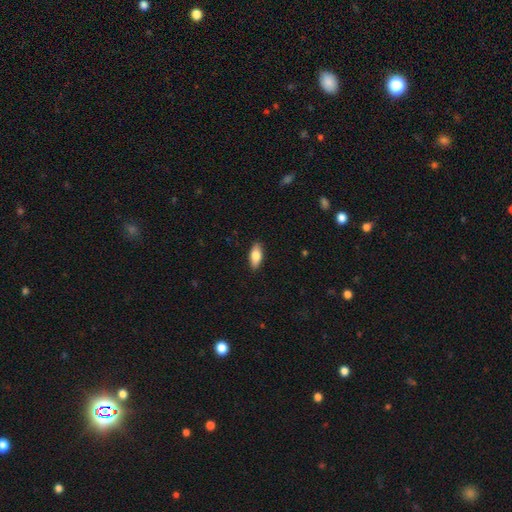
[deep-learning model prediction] A smooth galaxy with no disk features (81%) that is in between round and cigar-shaped (84%).

Vote fractions:
- Smooth or featured? smooth: 81% / featured or disk: 13% / star or artifact: 6%
- How rounded? in between: 84% / cigar-shaped: 14% / round: 3%
- Merging? none: 89% / minor disturbance: 8% / major disturbance: 2% / merger: 1%